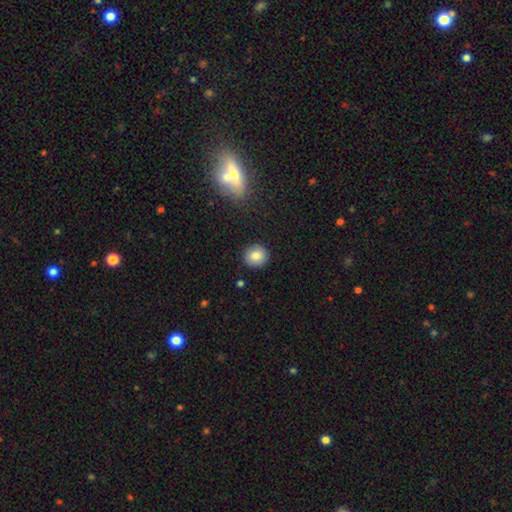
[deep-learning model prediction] Q: Smooth or featured?
A: smooth (83%); runner-up: star or artifact (9%)
Q: How rounded?
A: round (88%); runner-up: in between (11%)
Q: Merging?
A: none (91%); runner-up: minor disturbance (6%)